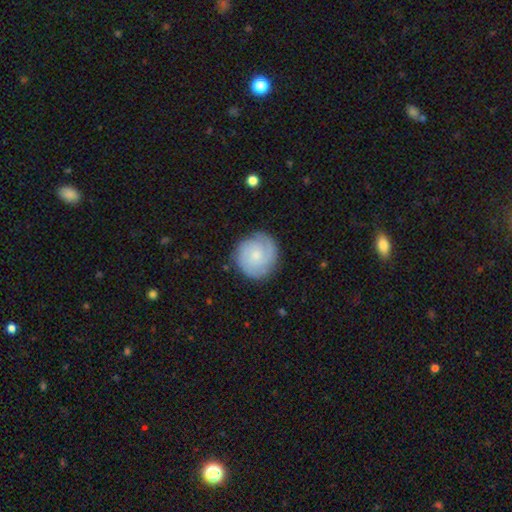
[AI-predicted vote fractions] This appears to be a featured or disk galaxy (67%) with no bar (71%), 2 (34%) tight (67%) spiral arms (94%) and a small central bulge (65%). Merging: none (82%).